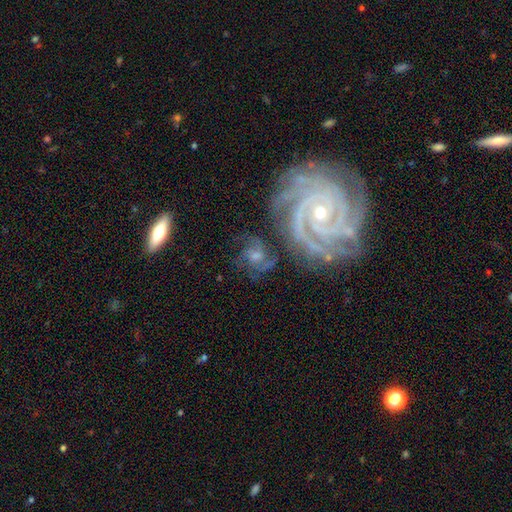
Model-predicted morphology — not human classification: The model was most divided on "bulge size": moderate: 47%, small: 45%, large: 4%, none: 3%, dominant: 1%. Remaining: spiral arms — yes (97%); edge-on disk — no (96%); smooth or featured — featured or disk (81%); spiral winding — tight (63%); merging — none (61%); bar — no (59%); spiral arm count — 2 (42%).